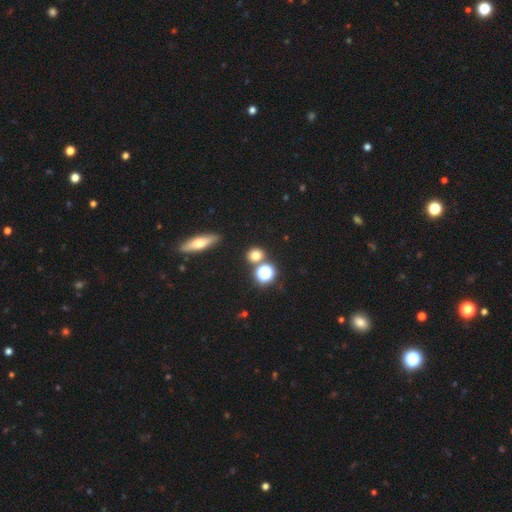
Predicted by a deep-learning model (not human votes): Overall: smooth (72%). How rounded: round (81%). Merging: none (77%).